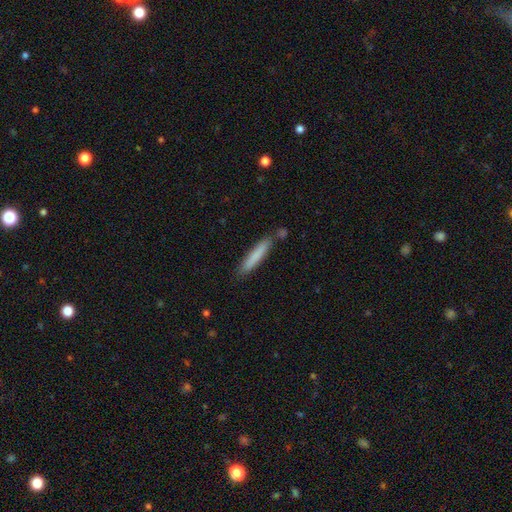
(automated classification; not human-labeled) The model was most divided on "smooth or featured": smooth: 78%, featured or disk: 16%, star or artifact: 6%. More confident: how rounded — cigar-shaped (93%); merging — none (81%).